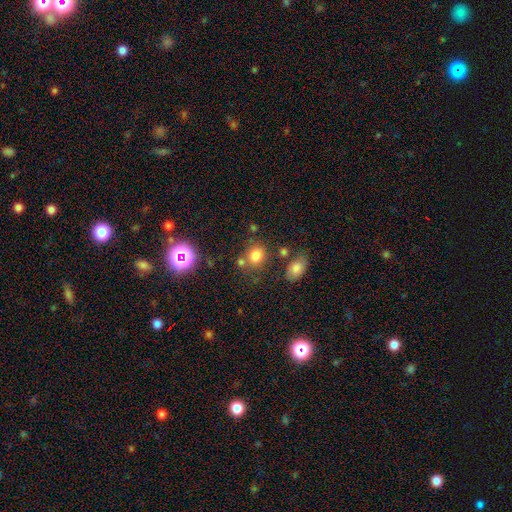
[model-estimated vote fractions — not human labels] smooth 76%, star or artifact 17%, featured or disk 7%. Down the decision tree: how rounded — round (63%); merging — none (67%).